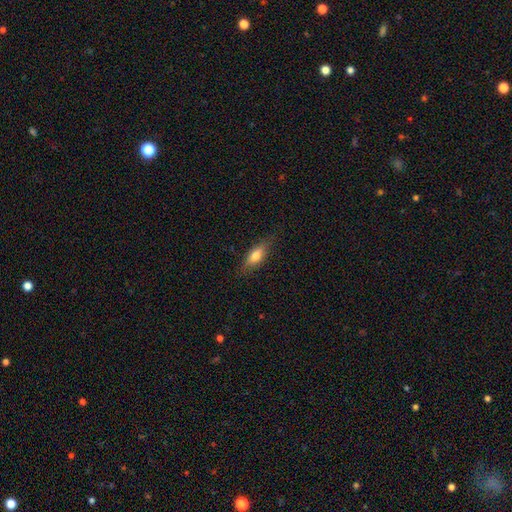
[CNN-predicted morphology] A smooth galaxy with no disk features (70%) that is in between round and cigar-shaped (67%).

Vote fractions:
- Smooth or featured? smooth: 70% / featured or disk: 23% / star or artifact: 7%
- How rounded? in between: 67% / cigar-shaped: 30% / round: 3%
- Merging? none: 78% / minor disturbance: 17% / major disturbance: 4% / merger: 1%